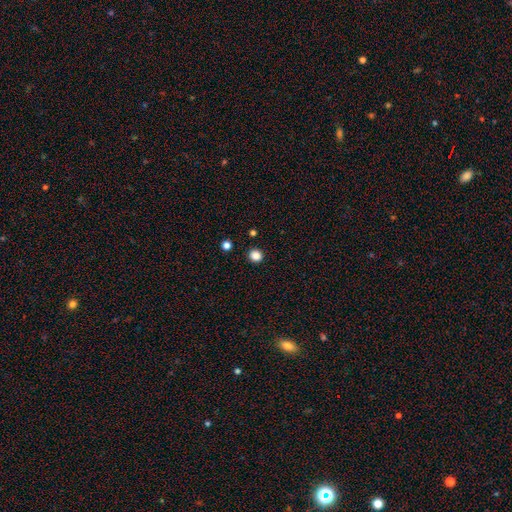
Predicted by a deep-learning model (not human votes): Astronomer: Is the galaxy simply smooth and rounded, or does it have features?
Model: smooth — 85%.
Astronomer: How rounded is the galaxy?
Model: round — 92%.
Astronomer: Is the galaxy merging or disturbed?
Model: none — 92%.